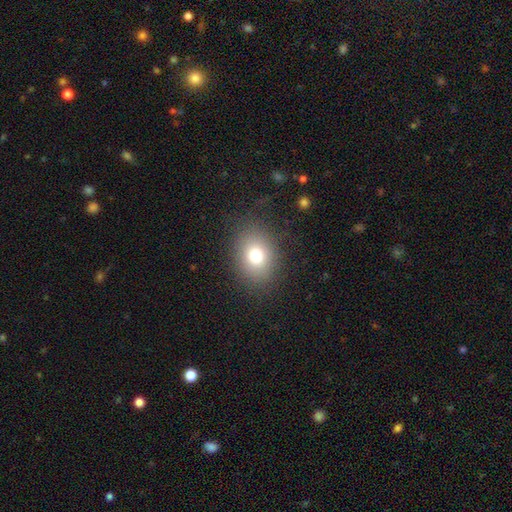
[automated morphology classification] This appears to be a smooth galaxy with no disk features (74%) that is in between round and cigar-shaped (53%). Merging: none (82%).